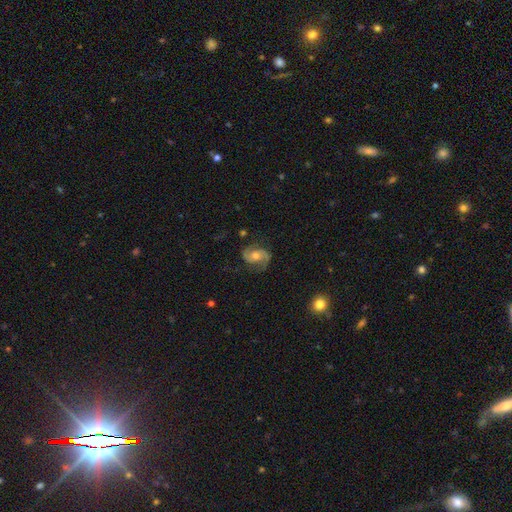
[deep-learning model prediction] smooth-or-featured: featured or disk: 82% | smooth: 11% | star or artifact: 7%
  disk-edge-on: no: 98% | yes: 2%
    bar: no: 60% | weak: 31% | strong: 9%
    has-spiral-arms: yes: 96% | no: 4%
      spiral-winding: medium: 50% | loose: 30% | tight: 20%
      spiral-arm-count: 2: 90% | can't tell: 3% | 1: 3% | 3: 2% | 4: 1% | more than 4: 1%
    bulge-size: moderate: 65% | small: 27% | large: 5% | none: 2% | dominant: 1%
  merging: none: 75% | minor disturbance: 16% | major disturbance: 8% | merger: 1%